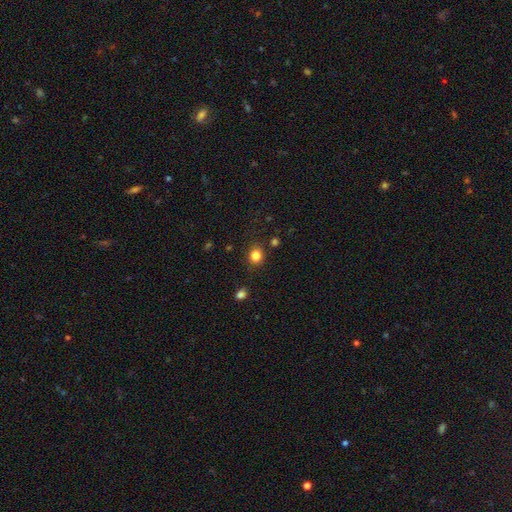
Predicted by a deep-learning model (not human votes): Smooth or featured? smooth (83%)
How rounded? round (75%)
Merging? none (85%)